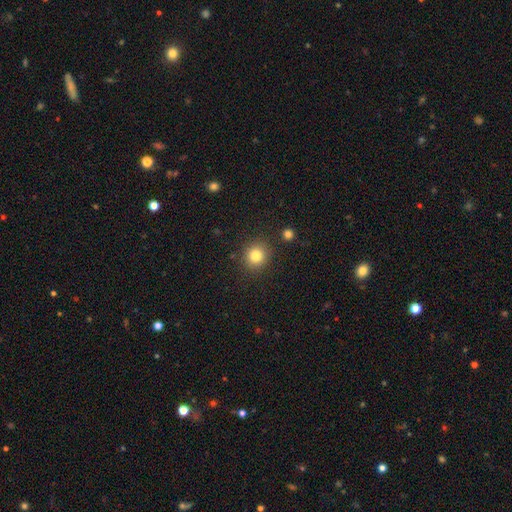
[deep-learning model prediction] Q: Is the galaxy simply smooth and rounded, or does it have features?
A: smooth — 82%.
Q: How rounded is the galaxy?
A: round — 88%.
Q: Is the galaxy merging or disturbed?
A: none — 88%.